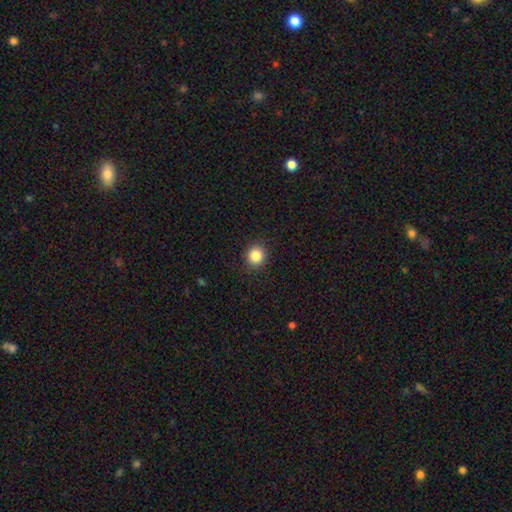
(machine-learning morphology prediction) smooth_or_featured: smooth (p=0.86) [alt: star or artifact p=0.10]
how_rounded: round (p=0.87) [alt: in between p=0.12]
merging: none (p=0.90) [alt: minor disturbance p=0.07]